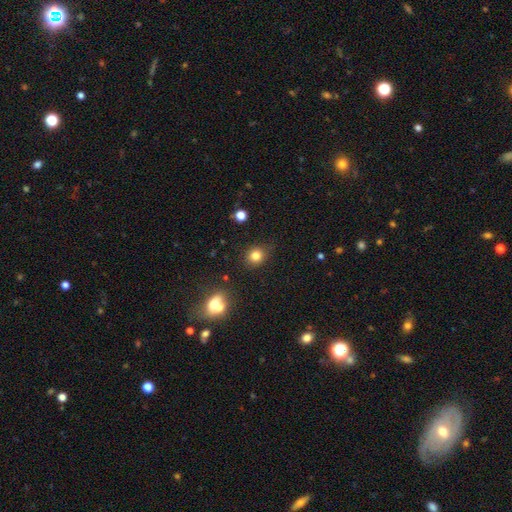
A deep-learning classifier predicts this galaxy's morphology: Smooth or featured? smooth (82%)
How rounded? round (78%)
Merging? none (83%)